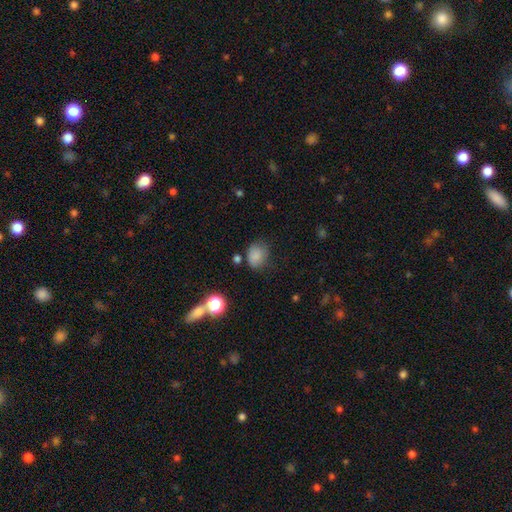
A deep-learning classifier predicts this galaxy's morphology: Smooth or featured: smooth — 81% (star or artifact — 12%)
How rounded: round — 51% (in between — 48%)
Merging: none — 61% (minor disturbance — 26%)